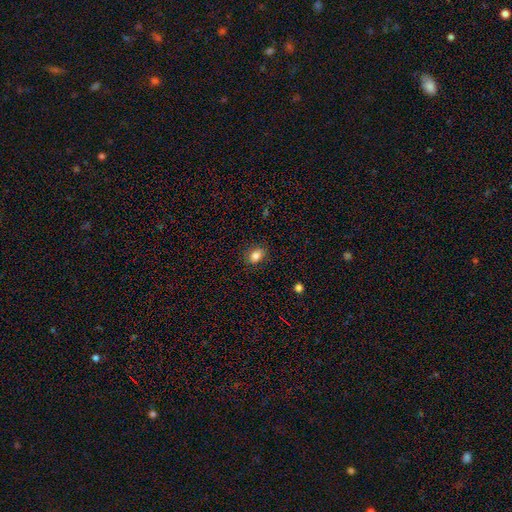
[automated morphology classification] This appears to be a smooth galaxy with no disk features (84%) that is in between round and cigar-shaped (65%). Merging: none (85%).